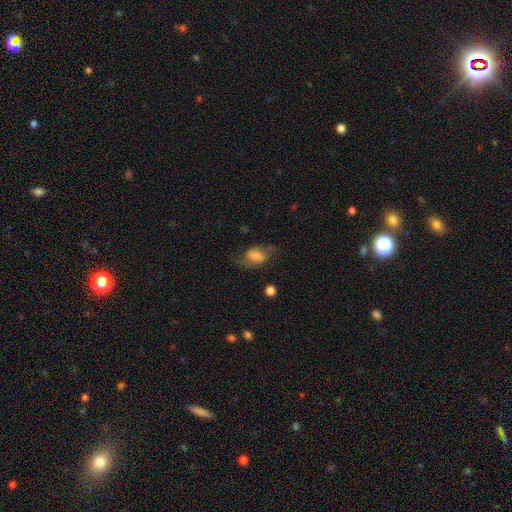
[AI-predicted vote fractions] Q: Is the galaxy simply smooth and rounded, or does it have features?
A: smooth — 57%.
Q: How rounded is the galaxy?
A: in between — 81%.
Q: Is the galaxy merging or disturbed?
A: none — 57%.